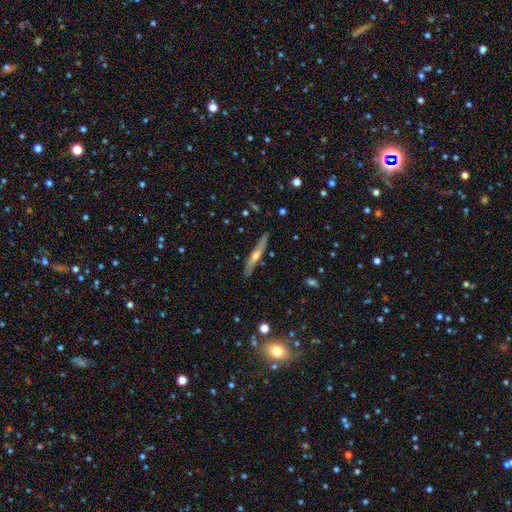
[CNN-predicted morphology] smooth_or_featured: featured or disk (p=0.63) [alt: smooth p=0.30]
disk_edge_on: yes (p=0.92) [alt: no p=0.08]
edge_on_bulge: rounded (p=0.80) [alt: none p=0.15]
merging: none (p=0.86) [alt: minor disturbance p=0.11]